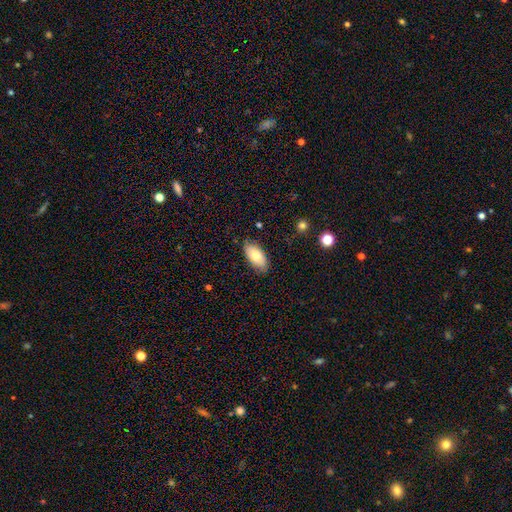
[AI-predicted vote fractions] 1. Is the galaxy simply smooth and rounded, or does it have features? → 76% smooth, 17% featured or disk, 7% star or artifact.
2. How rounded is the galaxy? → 94% in between, 4% cigar-shaped, 3% round.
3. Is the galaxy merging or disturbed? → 81% none, 15% minor disturbance, 3% major disturbance, 1% merger.